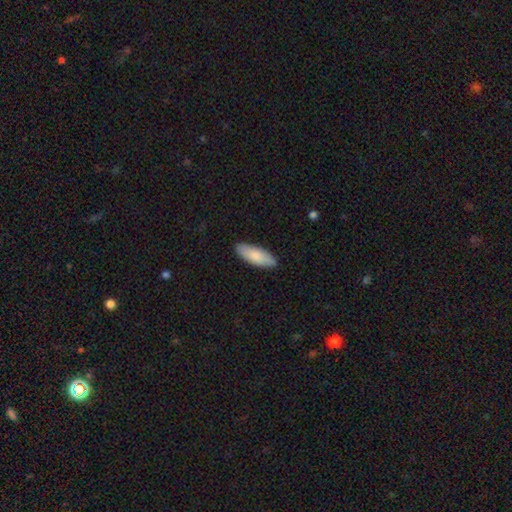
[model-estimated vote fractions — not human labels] This is clearly a smooth galaxy (84%). How rounded: likely in between (68%). Merging: clearly none (88%).